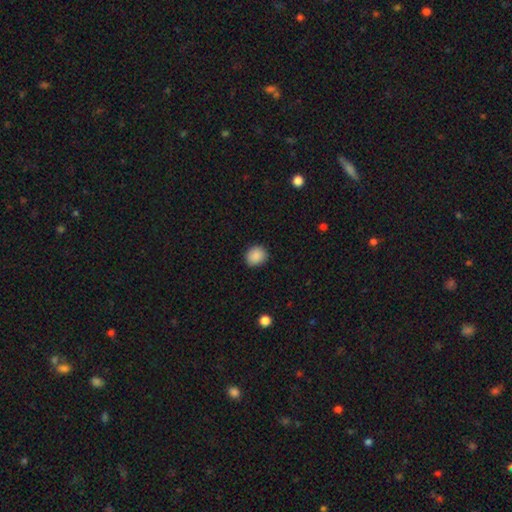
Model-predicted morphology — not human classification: Smooth or featured?
  - smooth: 89% *
  - star or artifact: 9%
  - featured or disk: 3%
How rounded?
  - round: 75% *
  - in between: 24%
  - cigar-shaped: 1%
Merging?
  - none: 88% *
  - minor disturbance: 8%
  - major disturbance: 2%
  - merger: 1%